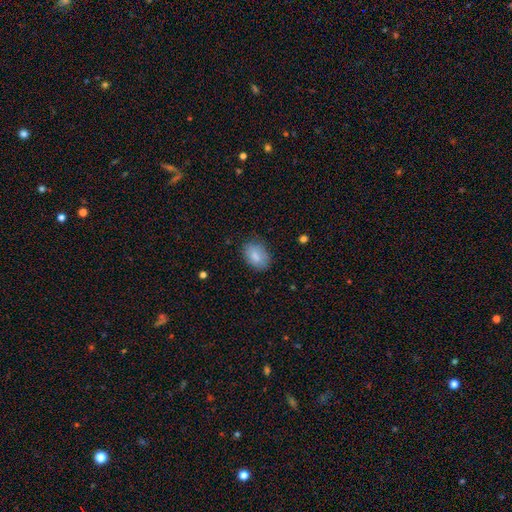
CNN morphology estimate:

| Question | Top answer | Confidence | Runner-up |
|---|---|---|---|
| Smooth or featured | smooth | 84% | featured or disk (9%) |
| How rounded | in between | 84% | round (15%) |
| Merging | none | 77% | minor disturbance (18%) |